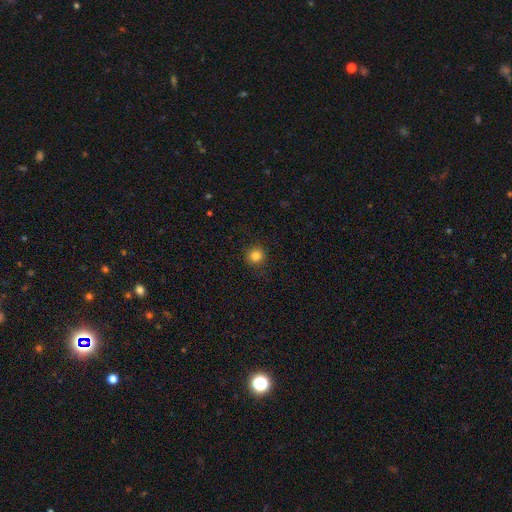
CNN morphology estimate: Smooth or featured: smooth — 84% (star or artifact — 12%)
How rounded: round — 93% (in between — 6%)
Merging: none — 90% (minor disturbance — 7%)